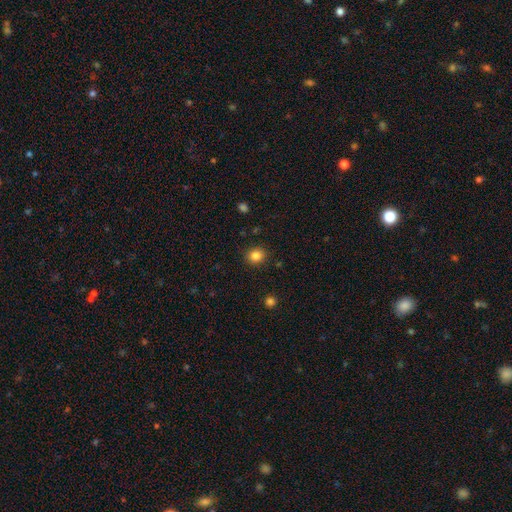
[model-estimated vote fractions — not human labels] smooth_or_featured: smooth (p=0.84) [alt: star or artifact p=0.11]
how_rounded: round (p=0.80) [alt: in between p=0.20]
merging: none (p=0.89) [alt: minor disturbance p=0.07]